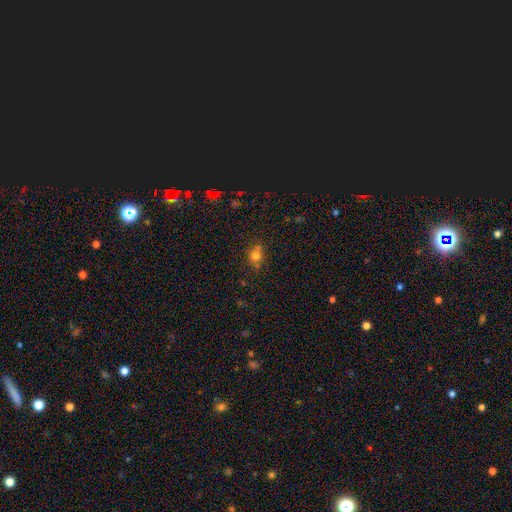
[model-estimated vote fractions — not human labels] A smooth galaxy with no disk features (74%) that is round (76%).

Vote fractions:
- Smooth or featured? smooth: 74% / star or artifact: 16% / featured or disk: 9%
- How rounded? round: 76% / in between: 23% / cigar-shaped: 1%
- Merging? none: 65% / merger: 17% / minor disturbance: 14% / major disturbance: 4%